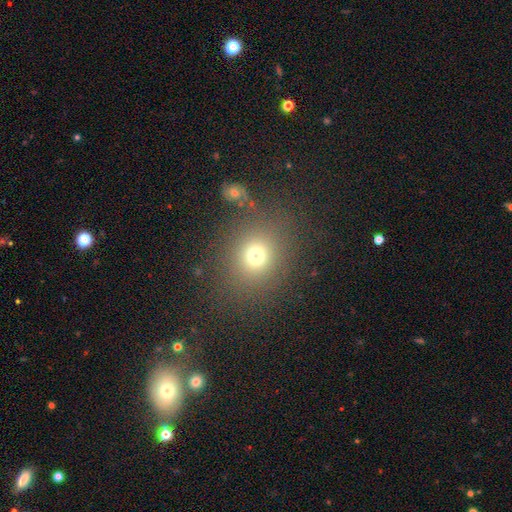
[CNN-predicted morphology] Smooth or featured: smooth — 73% (star or artifact — 18%)
How rounded: round — 79% (in between — 20%)
Merging: none — 77% (minor disturbance — 10%)